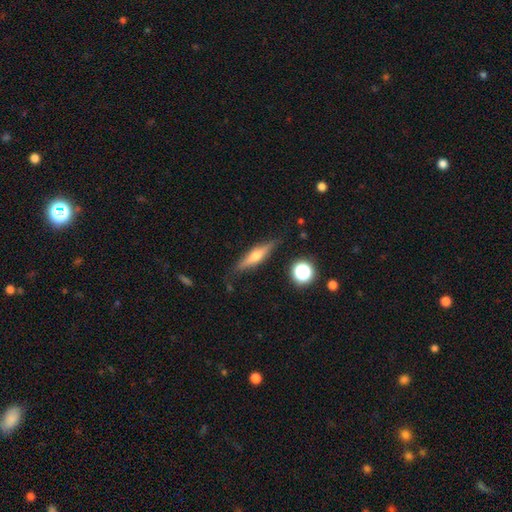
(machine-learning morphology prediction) Smooth or featured: featured or disk — 57% (smooth — 34%)
Edge-on disk: yes — 95% (no — 5%)
Edge-on bulge: rounded — 88% (boxy — 6%)
Merging: none — 84% (minor disturbance — 12%)